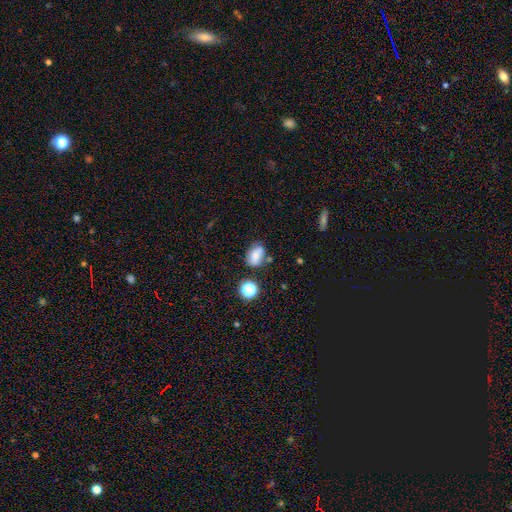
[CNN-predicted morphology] smooth_or_featured: smooth (p=0.70) [alt: featured or disk p=0.16]
how_rounded: in between (p=0.73) [alt: round p=0.25]
merging: none (p=0.57) [alt: minor disturbance p=0.25]